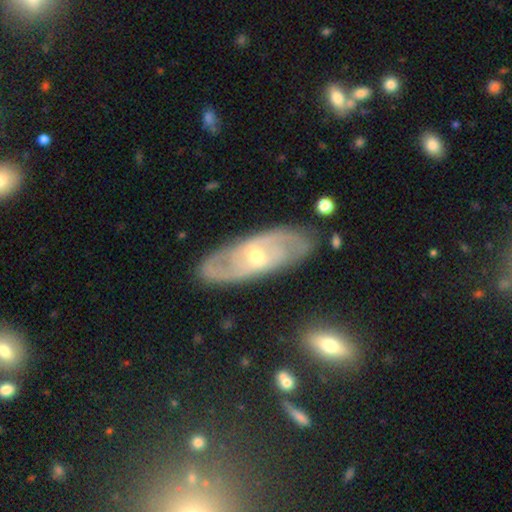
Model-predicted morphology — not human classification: This is clearly a featured or disk galaxy (82%). It is clearly not viewed edge-on (89%). Bar: possibly no (48%). Spiral arm pattern: clearly yes (89%). Spiral arm count: likely 2 (64%). Spiral winding: marginally tight (44%). Central bulge: possibly small (54%). Merging: clearly none (82%).